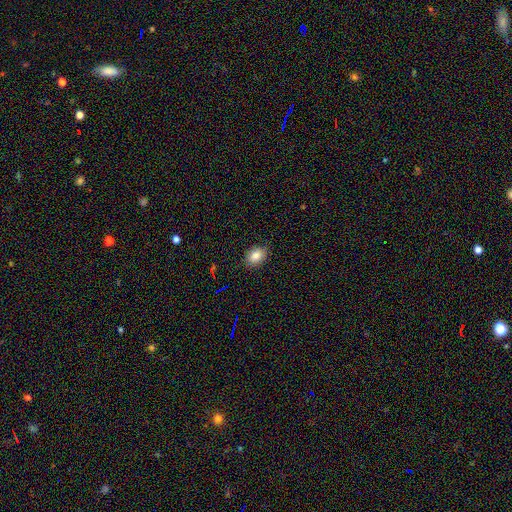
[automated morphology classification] Smooth or featured: smooth — 84% (star or artifact — 9%)
How rounded: in between — 71% (round — 28%)
Merging: none — 85% (minor disturbance — 12%)